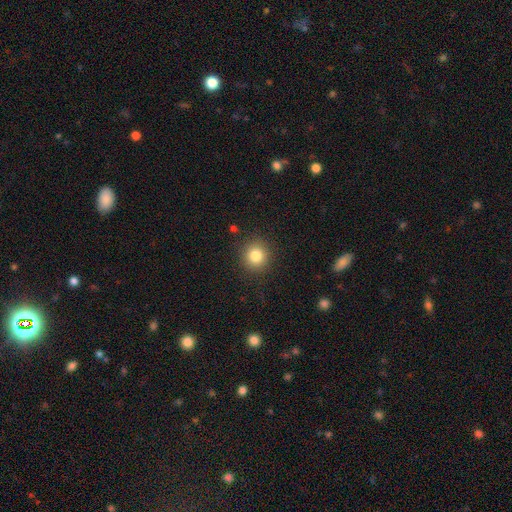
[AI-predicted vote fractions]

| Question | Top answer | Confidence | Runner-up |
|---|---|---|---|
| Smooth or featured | smooth | 83% | star or artifact (11%) |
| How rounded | round | 91% | in between (8%) |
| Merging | none | 89% | minor disturbance (7%) |